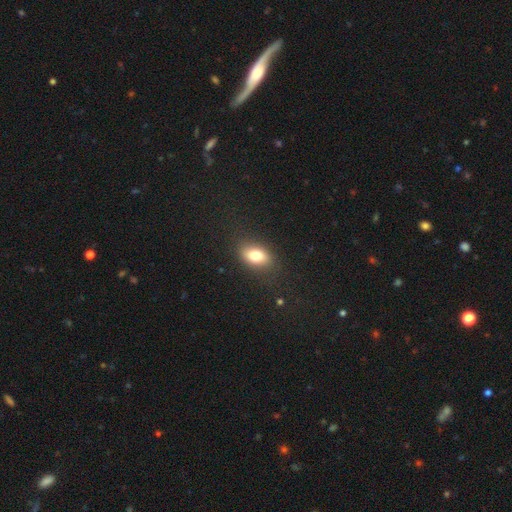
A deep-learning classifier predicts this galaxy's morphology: Smooth or featured: smooth — 77% (featured or disk — 14%)
How rounded: in between — 83% (round — 14%)
Merging: none — 82% (minor disturbance — 12%)